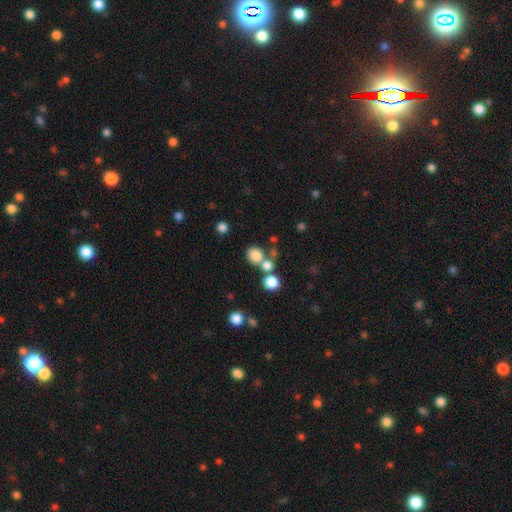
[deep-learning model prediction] smooth 80%, star or artifact 13%, featured or disk 7%. Down the decision tree: how rounded — round (78%); merging — none (56%).